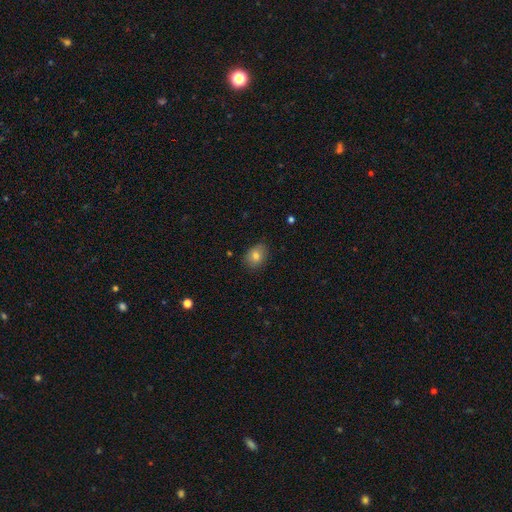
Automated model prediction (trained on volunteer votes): smooth-or-featured: smooth: 80% | featured or disk: 10% | star or artifact: 10%
  how-rounded: in between: 60% | round: 39% | cigar-shaped: 1%
  merging: none: 83% | minor disturbance: 14% | major disturbance: 3% | merger: 1%